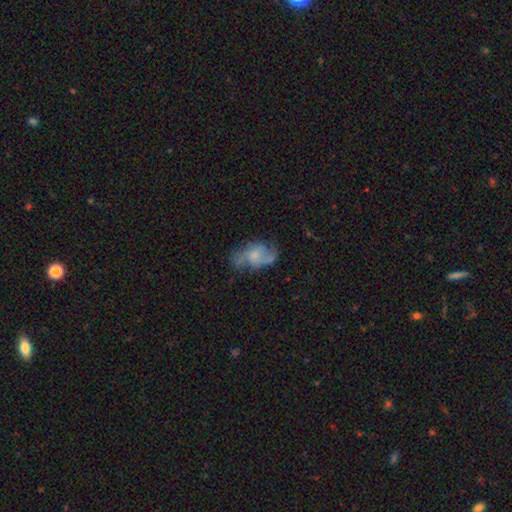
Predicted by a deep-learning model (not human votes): Overall: featured or disk (63%; smooth 29%). Edge-on disk: no (96%). Bar: no (68%). Spiral arms: yes (82%). Bulge size: small (46%; moderate 35%). Merging: none (55%; minor disturbance 25%).